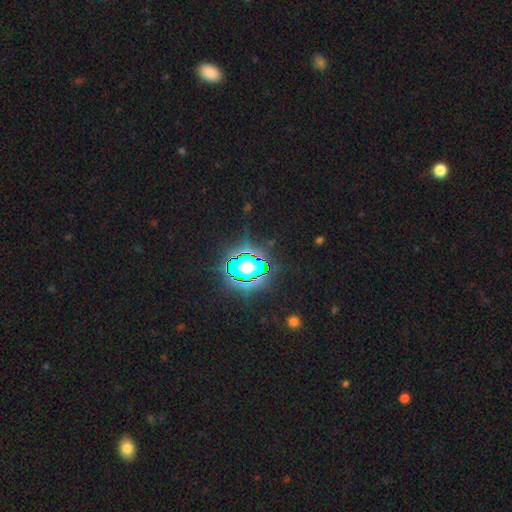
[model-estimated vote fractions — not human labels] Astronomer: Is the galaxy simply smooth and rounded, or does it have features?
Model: star or artifact — 81%.